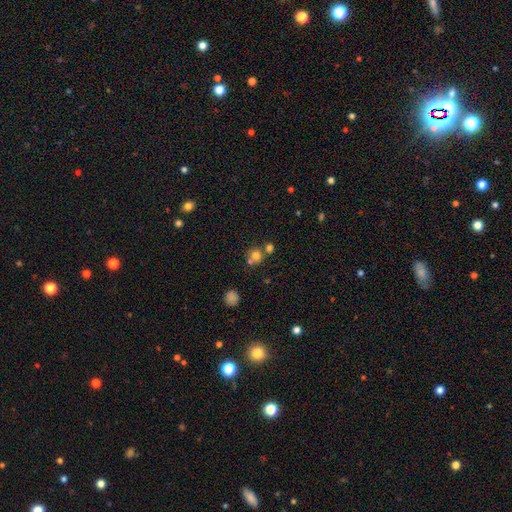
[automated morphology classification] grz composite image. It shows a smooth galaxy with no disk features (73%) that is round (87%). Merging: none (54%).